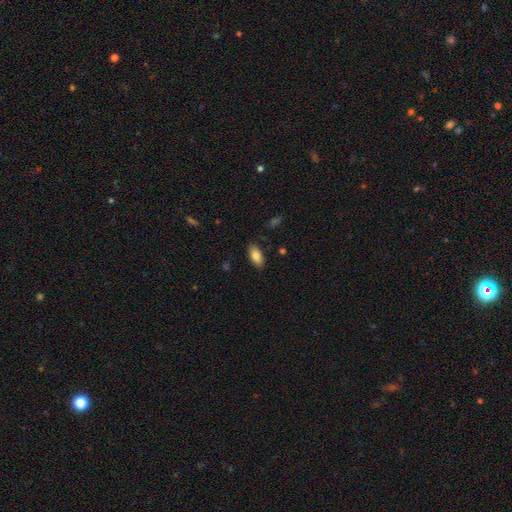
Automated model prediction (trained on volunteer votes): Smooth or featured? Predicted: smooth (p=0.82). How rounded? Predicted: in between (p=0.88). Merging? Predicted: none (p=0.86).